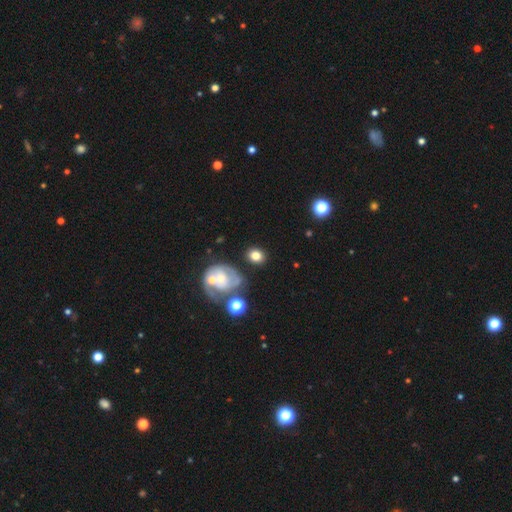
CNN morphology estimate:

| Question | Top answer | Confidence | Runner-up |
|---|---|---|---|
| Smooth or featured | smooth | 73% | featured or disk (18%) |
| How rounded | round | 64% | in between (34%) |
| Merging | none | 73% | minor disturbance (13%) |